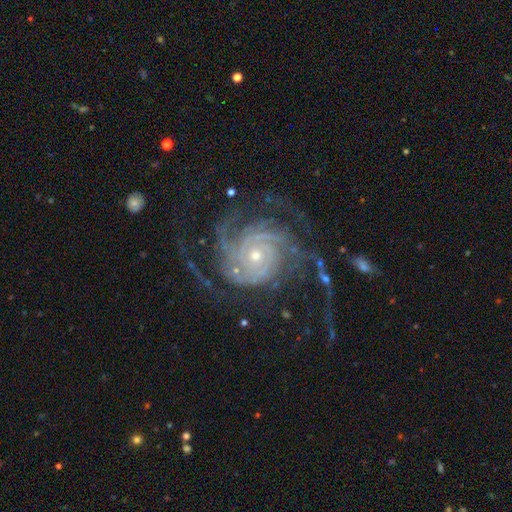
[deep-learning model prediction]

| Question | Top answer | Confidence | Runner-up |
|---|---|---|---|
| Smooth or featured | featured or disk | 91% | star or artifact (5%) |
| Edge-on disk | no | 98% | yes (2%) |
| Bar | no | 77% | weak (17%) |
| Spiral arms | yes | 98% | no (2%) |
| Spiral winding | tight | 67% | medium (26%) |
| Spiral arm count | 3 | 24% | 4 (21%) |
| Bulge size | small | 60% | moderate (36%) |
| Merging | none | 59% | major disturbance (22%) |